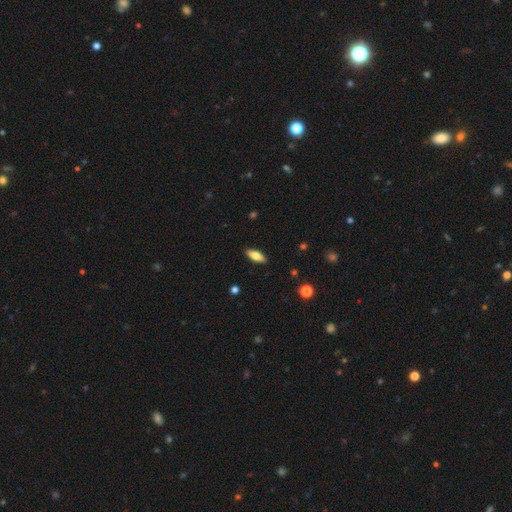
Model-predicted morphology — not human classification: The model was most divided on "smooth or featured": smooth: 70%, featured or disk: 24%, star or artifact: 6%. More confident: merging — none (89%); how rounded — in between (72%).